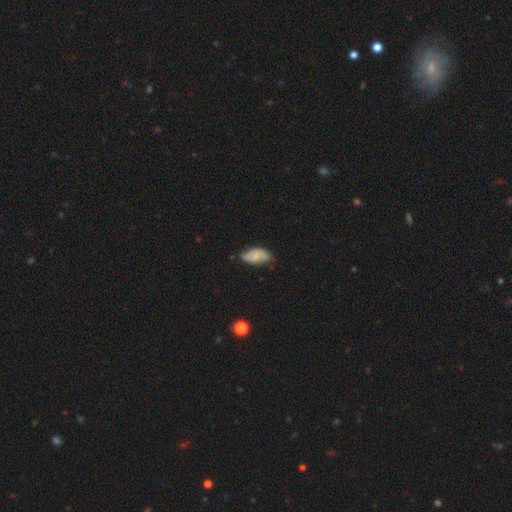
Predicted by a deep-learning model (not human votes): The model was most divided on "merging": none: 61%, minor disturbance: 31%, major disturbance: 6%, merger: 2%. More confident: how rounded — in between (92%); smooth or featured — smooth (63%).